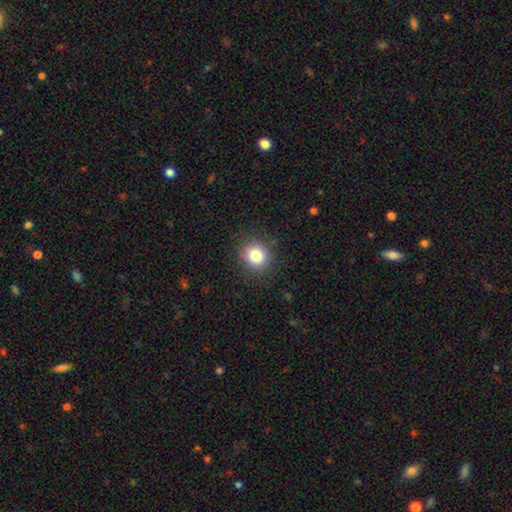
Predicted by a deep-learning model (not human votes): This appears to be a smooth galaxy with no disk features (82%) that is round (84%). Merging: none (87%).